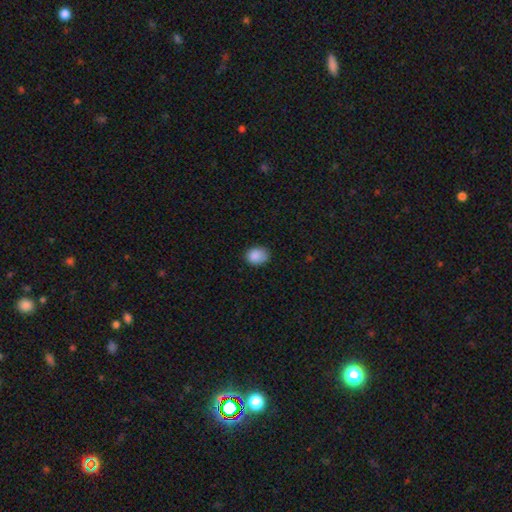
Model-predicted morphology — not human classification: Smooth or featured? Predicted: smooth (p=0.87). How rounded? Predicted: in between (p=0.54). Merging? Predicted: none (p=0.75).